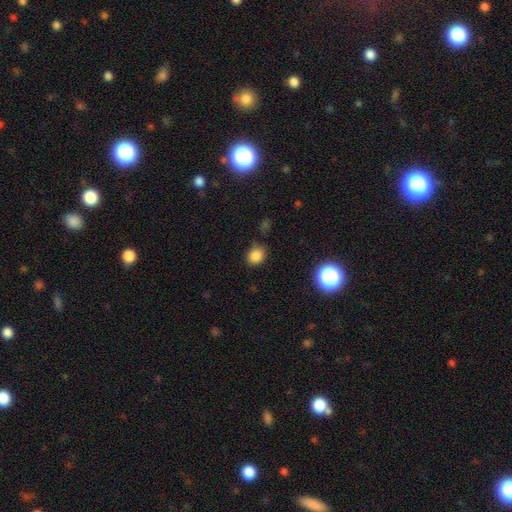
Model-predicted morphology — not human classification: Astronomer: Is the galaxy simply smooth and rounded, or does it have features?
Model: smooth — 83%.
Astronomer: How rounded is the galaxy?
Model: round — 65%.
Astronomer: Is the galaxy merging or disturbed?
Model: none — 76%.